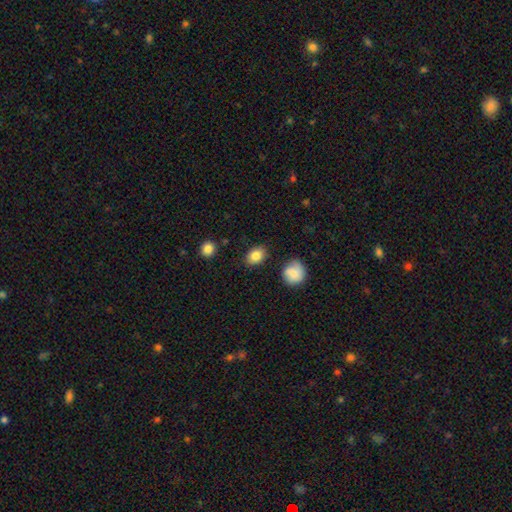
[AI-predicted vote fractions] Overall: smooth (85%). How rounded: in between (67%; round 32%). Merging: none (84%).